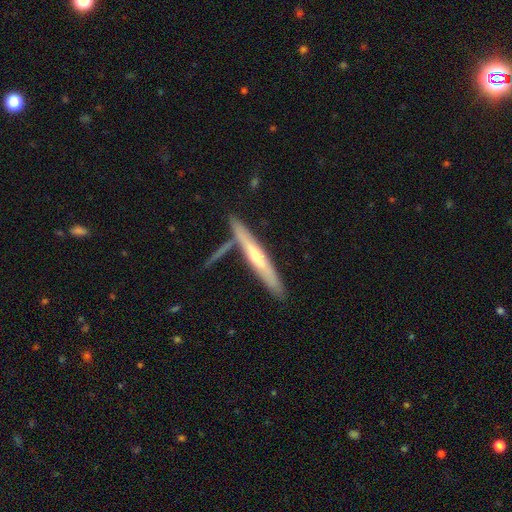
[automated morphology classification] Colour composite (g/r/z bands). It shows a featured or disk galaxy (58%) viewed edge-on (92%) with a rounded central bulge (69%). Merging: none (75%).